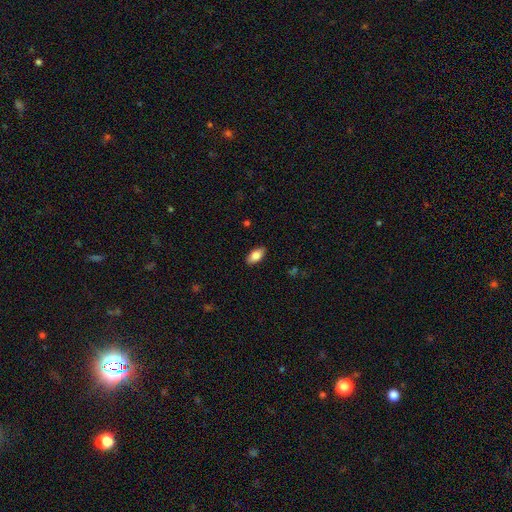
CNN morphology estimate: smooth 82%, featured or disk 11%, star or artifact 7%. Down the decision tree: how rounded — in between (91%); merging — none (88%).